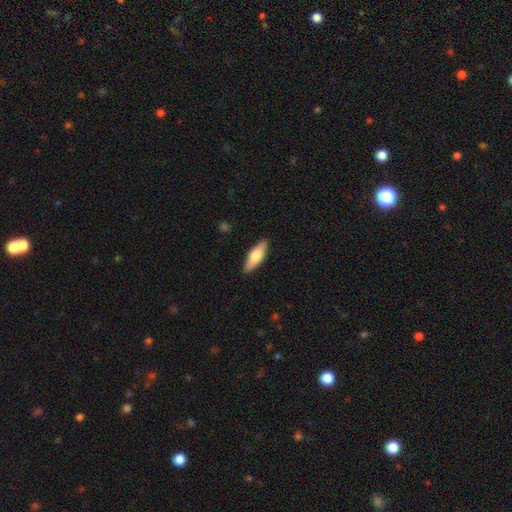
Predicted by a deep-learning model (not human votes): Morphology: type=smooth (68%); roundness=in between (58%); merging=none (89%).